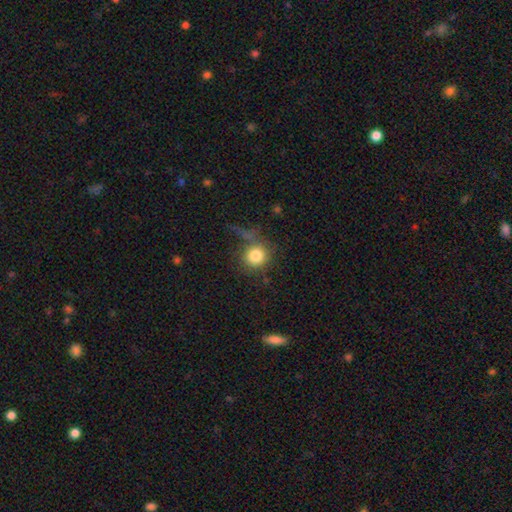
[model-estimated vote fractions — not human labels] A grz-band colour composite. It shows a smooth galaxy with no disk features (81%) that is round (91%). Merging: none (65%).